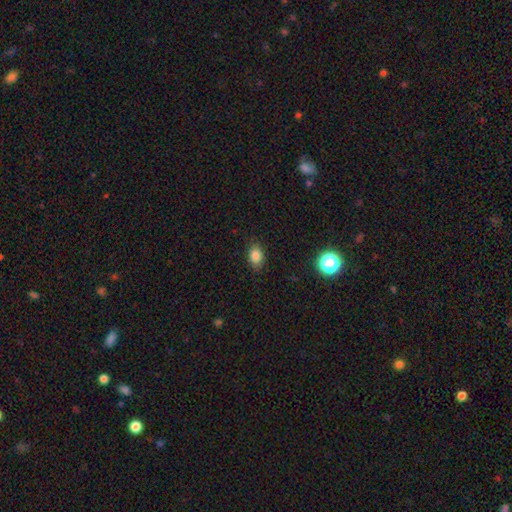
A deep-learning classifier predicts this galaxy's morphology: This is clearly a smooth galaxy (82%). How rounded: likely in between (77%). Merging: clearly none (85%).